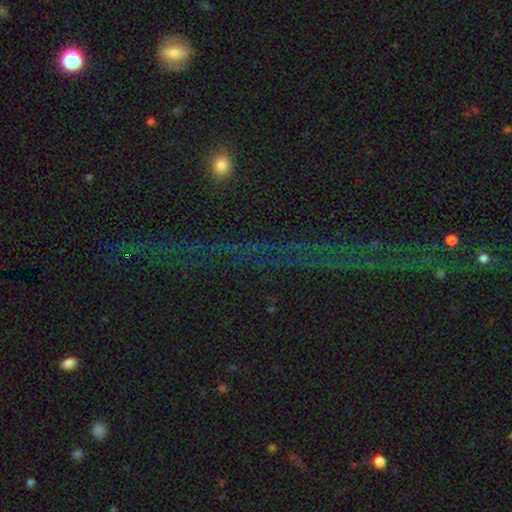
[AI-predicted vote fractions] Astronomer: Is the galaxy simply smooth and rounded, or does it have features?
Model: star or artifact — 70%.